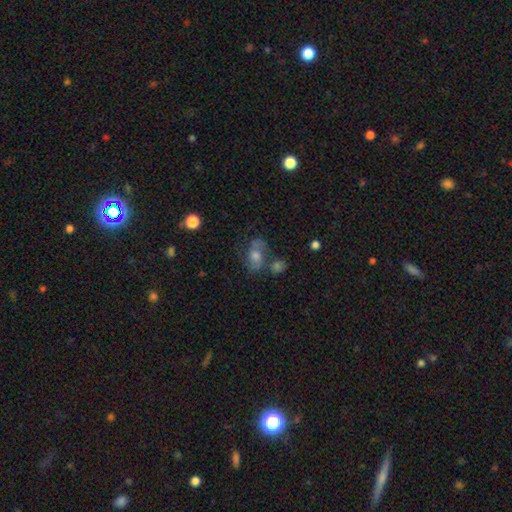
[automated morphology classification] featured or disk 52%, smooth 32%, star or artifact 16%. Down the decision tree: edge-on disk — no (95%); merging — none (56%).